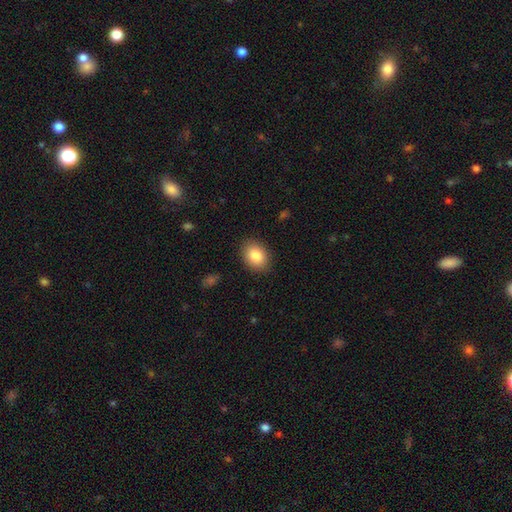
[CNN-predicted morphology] Smooth or featured? smooth (84%)
How rounded? in between (73%)
Merging? none (87%)